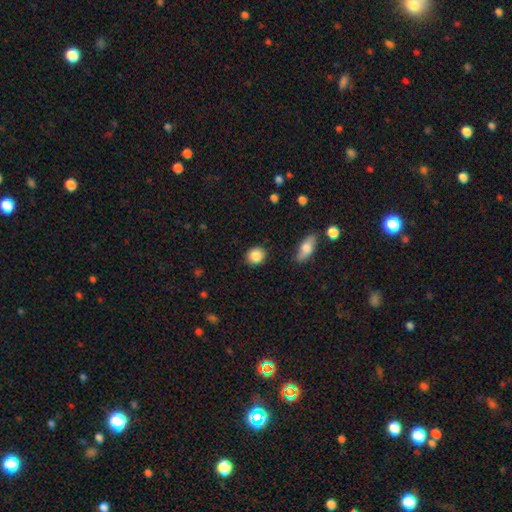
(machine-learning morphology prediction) Smooth or featured: smooth — 87% (star or artifact — 8%)
How rounded: round — 72% (in between — 27%)
Merging: none — 86% (minor disturbance — 9%)